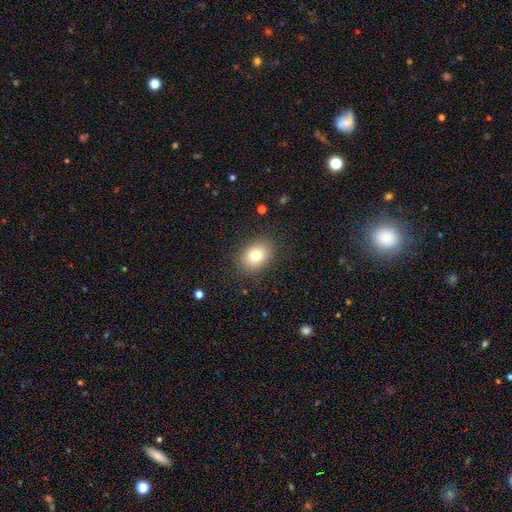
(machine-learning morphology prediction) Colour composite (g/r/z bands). It shows a smooth galaxy with no disk features (78%) that is in between round and cigar-shaped (64%). Merging: none (86%).